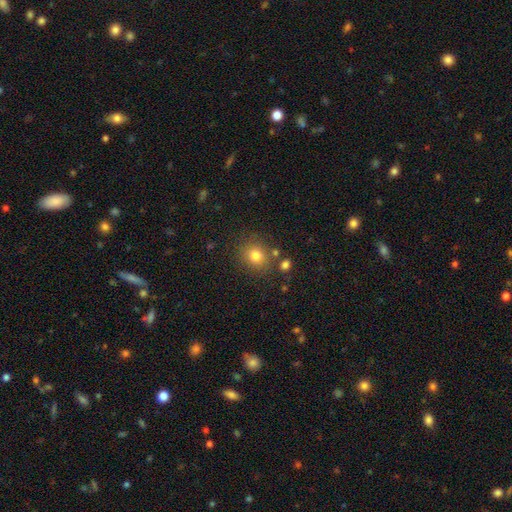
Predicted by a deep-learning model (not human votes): Q: Smooth or featured?
A: smooth (79%); runner-up: star or artifact (13%)
Q: How rounded?
A: round (75%); runner-up: in between (25%)
Q: Merging?
A: none (79%); runner-up: minor disturbance (10%)